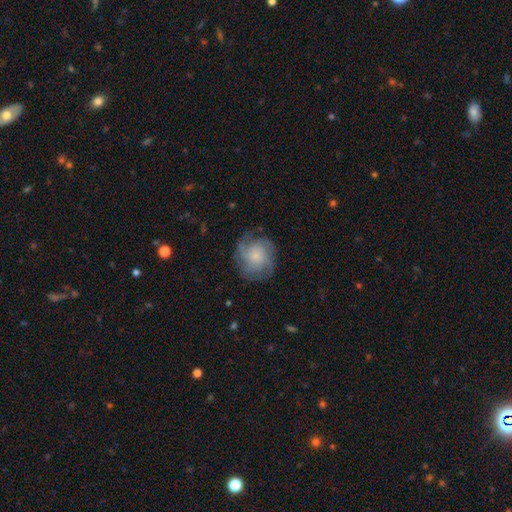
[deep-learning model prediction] A featured or disk galaxy (62%) with no bar (80%), tight (44%) spiral arms (91%) and a small central bulge (53%). Merging: none (71%).